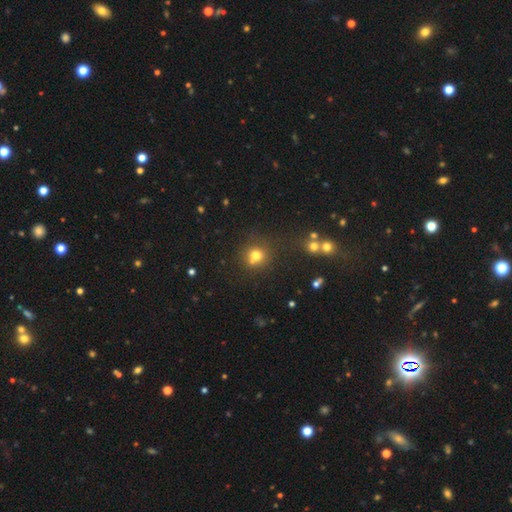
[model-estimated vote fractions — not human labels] Smooth or featured? Predicted: smooth (p=0.72). How rounded? Predicted: round (p=0.87). Merging? Predicted: none (p=0.61).